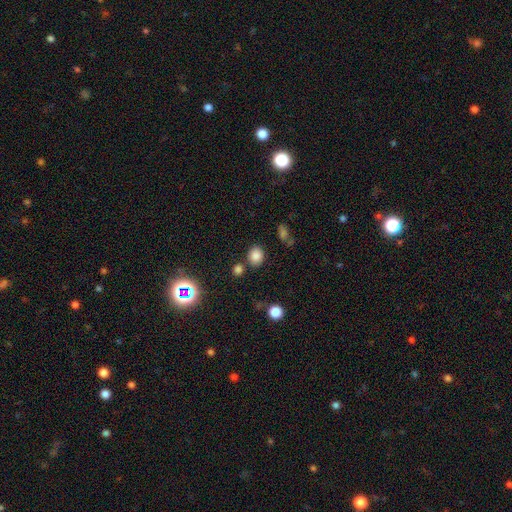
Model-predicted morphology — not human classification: type=smooth (81%); roundness=round (61%); merging=none (78%).